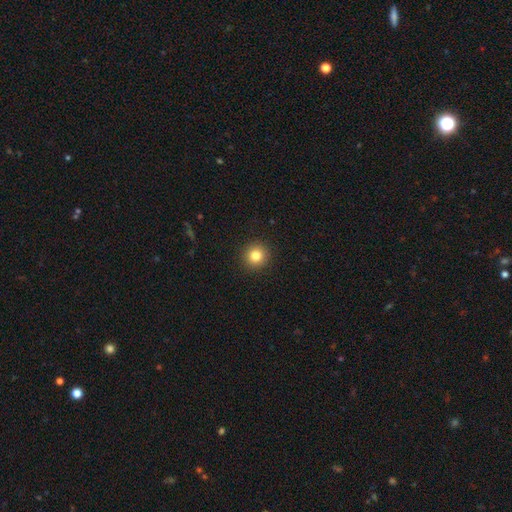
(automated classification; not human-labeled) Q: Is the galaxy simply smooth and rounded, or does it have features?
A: smooth — 82%.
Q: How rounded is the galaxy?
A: round — 94%.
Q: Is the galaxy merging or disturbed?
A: none — 93%.